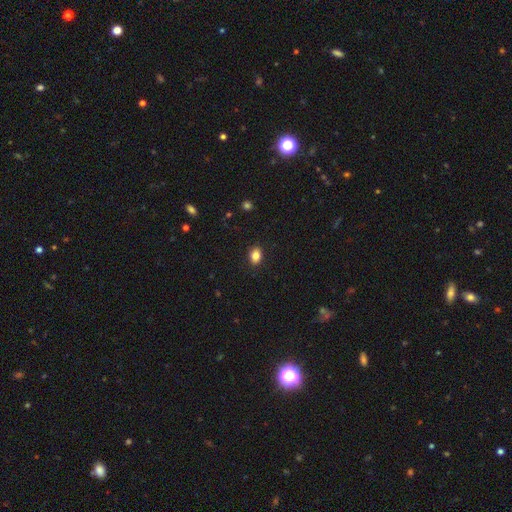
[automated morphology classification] smooth 85%, star or artifact 10%, featured or disk 5%. Down the decision tree: how rounded — in between (68%); merging — none (89%).